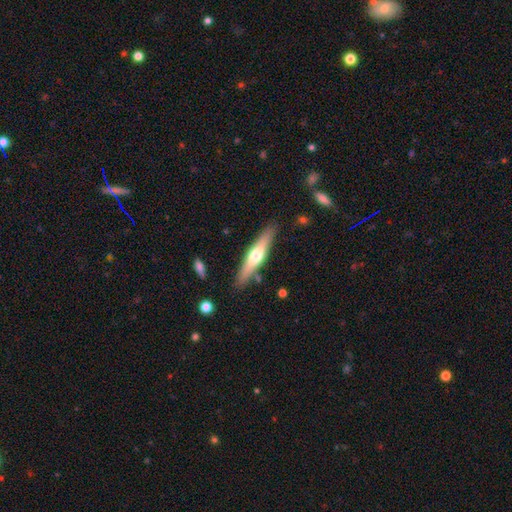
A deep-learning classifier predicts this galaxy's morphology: The model was most divided on "smooth or featured": featured or disk: 53%, smooth: 42%, star or artifact: 5%. More confident: edge-on disk — yes (93%); merging — none (85%).